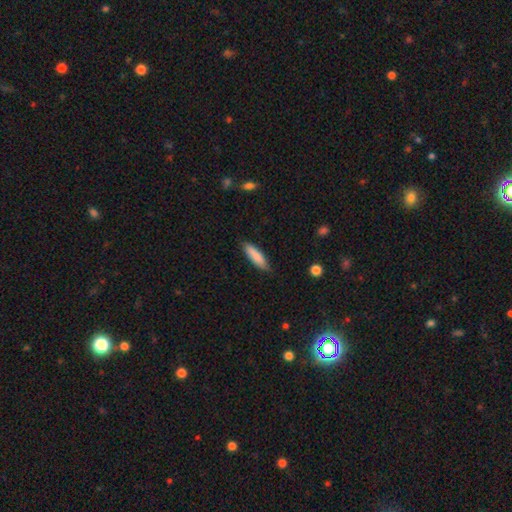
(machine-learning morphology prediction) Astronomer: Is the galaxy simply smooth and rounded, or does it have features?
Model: smooth — 84%.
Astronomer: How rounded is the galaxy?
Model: cigar-shaped — 66%.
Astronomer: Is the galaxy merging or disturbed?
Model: none — 82%.